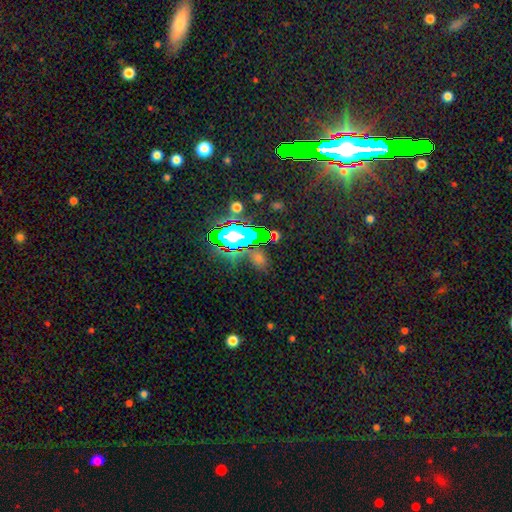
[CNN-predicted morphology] type=star or artifact (60%).